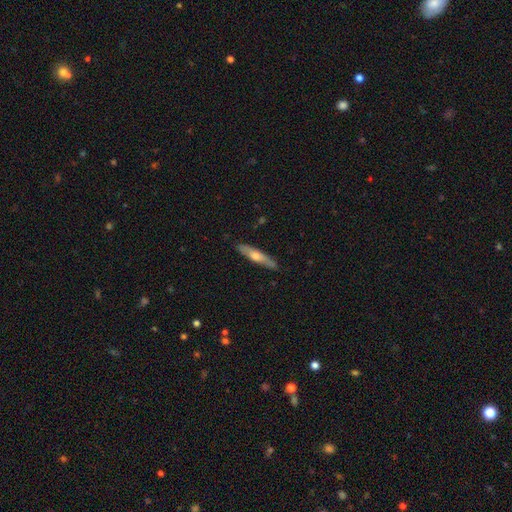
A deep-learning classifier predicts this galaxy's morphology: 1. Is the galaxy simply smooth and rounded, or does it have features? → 49% smooth, 46% featured or disk, 5% star or artifact.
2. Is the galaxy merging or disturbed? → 85% none, 12% minor disturbance, 2% major disturbance, 1% merger.